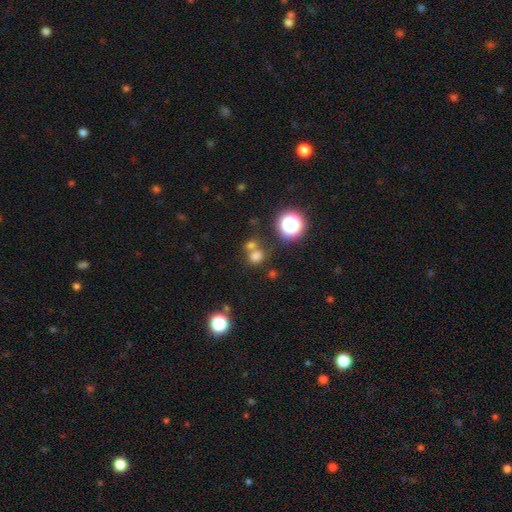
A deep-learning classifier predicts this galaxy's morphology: This appears to be a smooth galaxy with no disk features (70%) that is round (76%). Merging: none (54%).